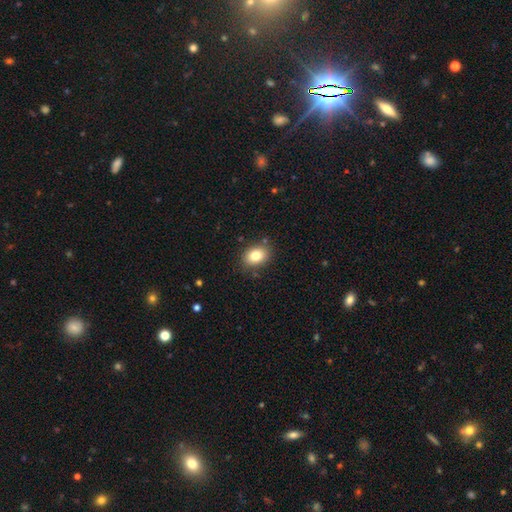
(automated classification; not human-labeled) A smooth galaxy with no disk features (81%) that is in between round and cigar-shaped (69%). Merging: none (84%).